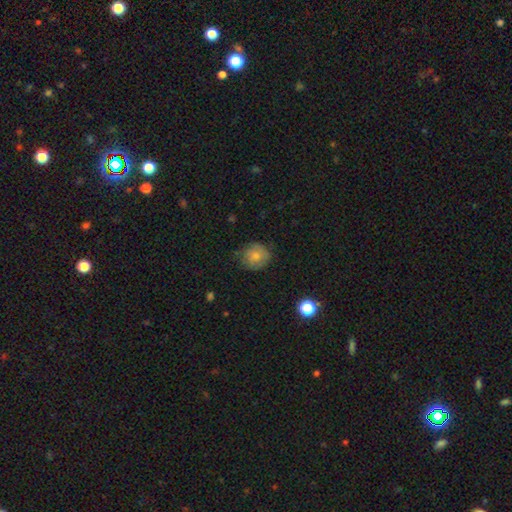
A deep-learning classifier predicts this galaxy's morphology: smooth_or_featured: smooth (p=0.74) [alt: featured or disk p=0.17]
how_rounded: round (p=0.86) [alt: in between p=0.13]
merging: none (p=0.72) [alt: minor disturbance p=0.22]